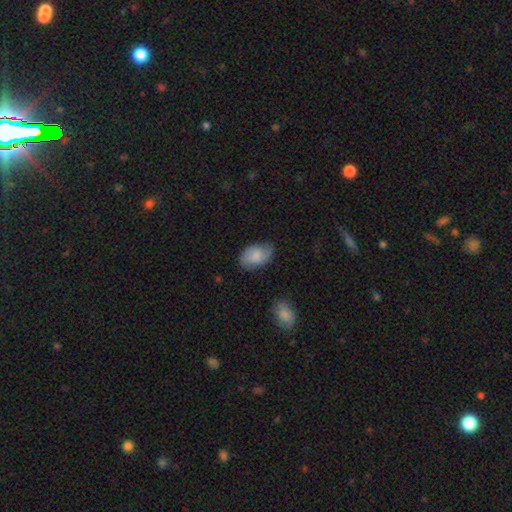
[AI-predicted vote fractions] smooth 69%, featured or disk 25%, star or artifact 7%. Down the decision tree: how rounded — in between (92%); merging — none (70%).